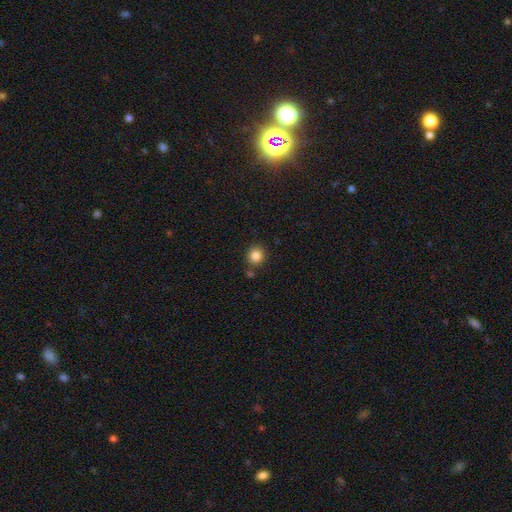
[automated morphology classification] Smooth or featured? Predicted: smooth (p=0.85). How rounded? Predicted: round (p=0.89). Merging? Predicted: none (p=0.82).